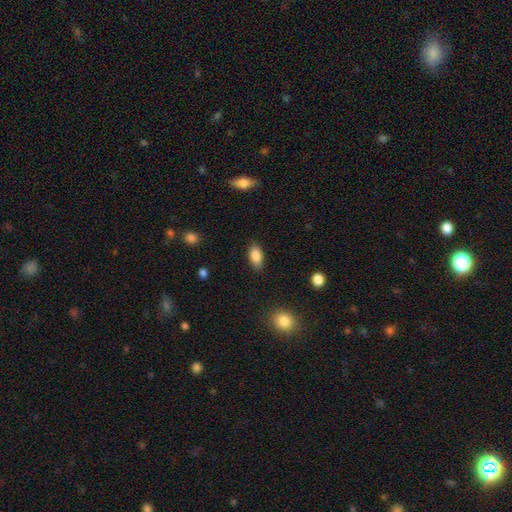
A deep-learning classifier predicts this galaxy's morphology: Q: Smooth or featured?
A: smooth (87%); runner-up: star or artifact (8%)
Q: How rounded?
A: in between (90%); runner-up: cigar-shaped (6%)
Q: Merging?
A: none (86%); runner-up: minor disturbance (10%)